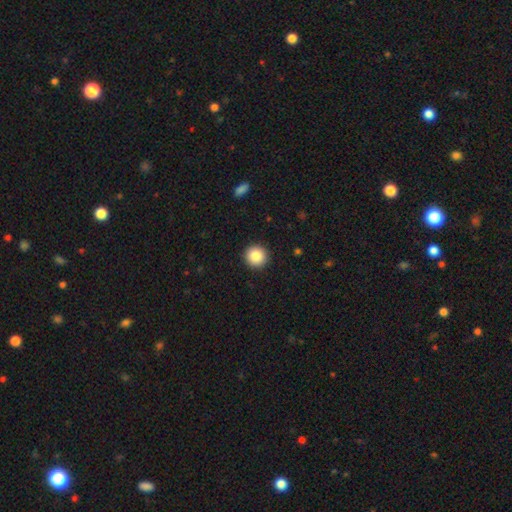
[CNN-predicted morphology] A smooth galaxy with no disk features (86%) that is round (95%).

Vote fractions:
- Smooth or featured? smooth: 86% / star or artifact: 9% / featured or disk: 5%
- How rounded? round: 95% / in between: 4% / cigar-shaped: 1%
- Merging? none: 93% / minor disturbance: 5% / major disturbance: 2% / merger: 1%